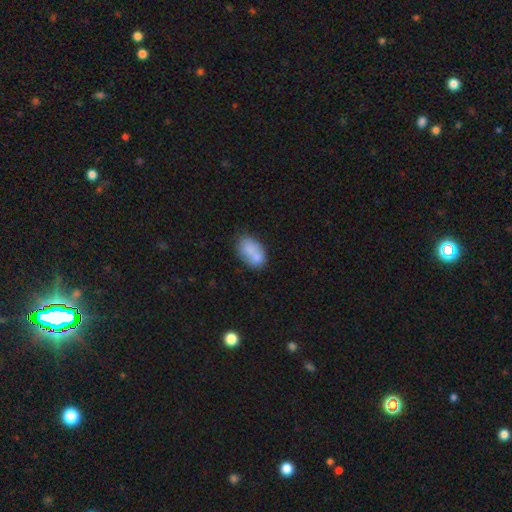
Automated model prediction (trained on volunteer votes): Morphology: type=smooth (72%); roundness=in between (83%); merging=none (40%).